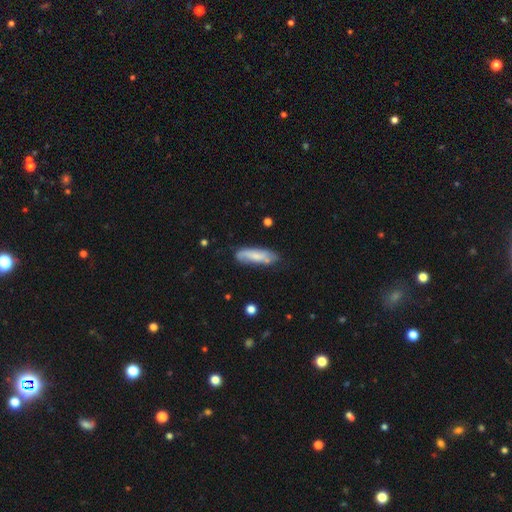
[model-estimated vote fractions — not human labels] A smooth galaxy with no disk features (60%) that is cigar-shaped (53%).

Vote fractions:
- Smooth or featured? smooth: 60% / featured or disk: 33% / star or artifact: 7%
- How rounded? cigar-shaped: 53% / in between: 45% / round: 2%
- Merging? none: 63% / minor disturbance: 25% / major disturbance: 7% / merger: 5%